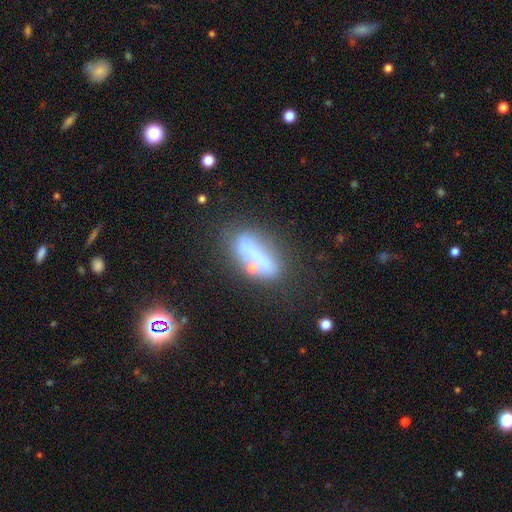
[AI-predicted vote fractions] This appears to be a smooth galaxy with no disk features (46%). Merging: none (55%).